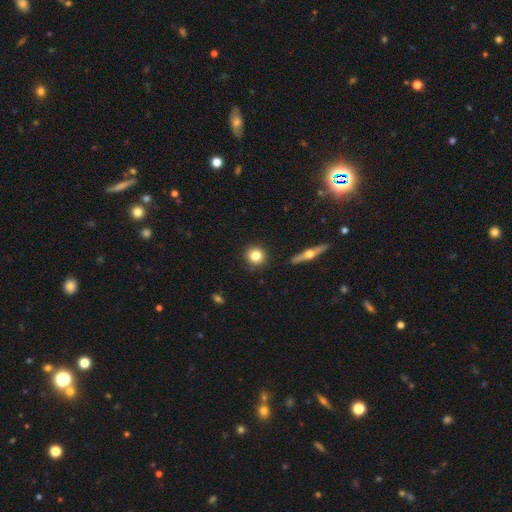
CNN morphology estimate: smooth 82%, featured or disk 10%, star or artifact 8%. Down the decision tree: how rounded — round (91%); merging — none (89%).